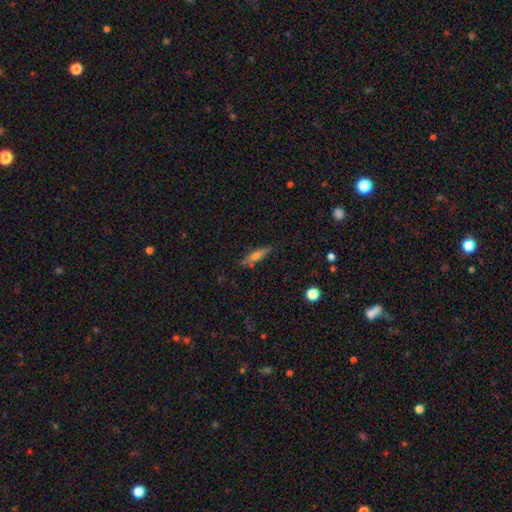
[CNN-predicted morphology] The model was most divided on "smooth or featured": featured or disk: 46%, smooth: 45%, star or artifact: 9%. More confident: merging — none (81%).